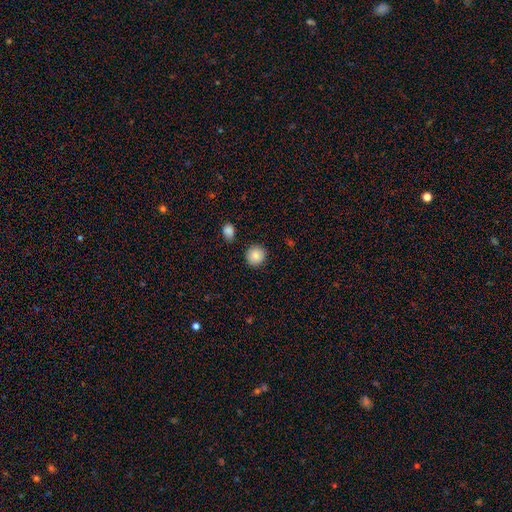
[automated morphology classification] type=smooth (86%); roundness=round (92%); merging=none (89%).